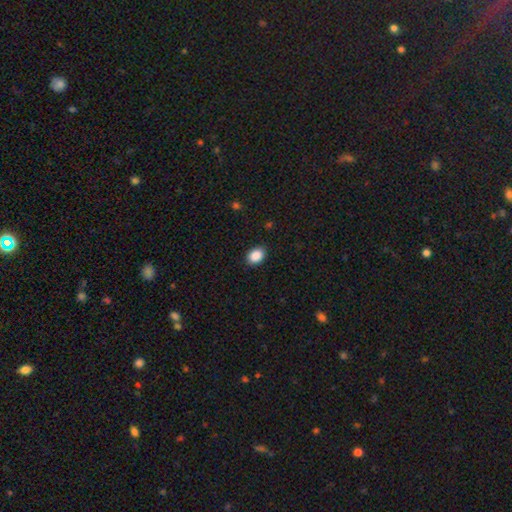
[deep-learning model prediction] A smooth galaxy with no disk features (89%) that is in between round and cigar-shaped (73%). Merging: none (88%).